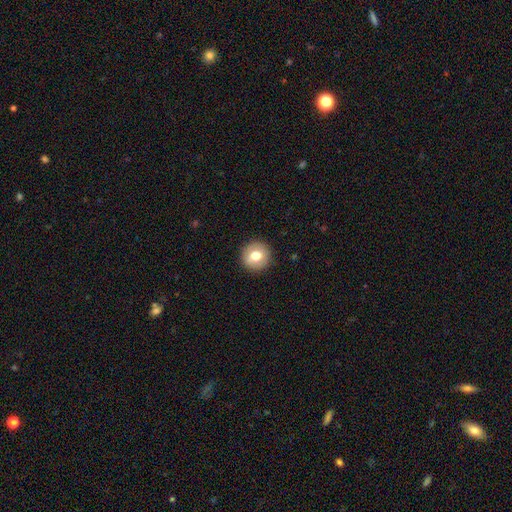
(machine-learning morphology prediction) smooth_or_featured: smooth (p=0.72) [alt: featured or disk p=0.19]
how_rounded: round (p=0.94) [alt: in between p=0.05]
merging: none (p=0.91) [alt: minor disturbance p=0.06]